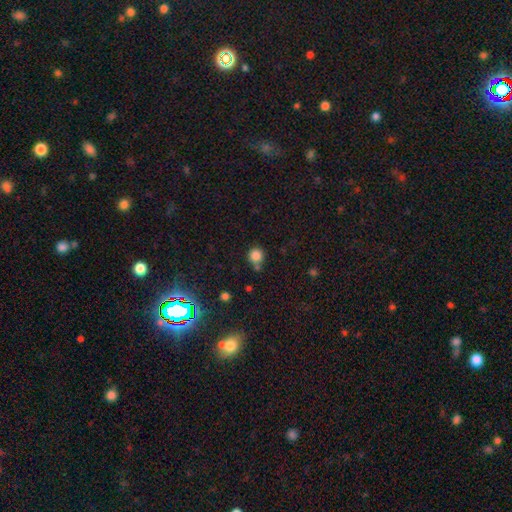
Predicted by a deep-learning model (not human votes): A smooth galaxy with no disk features (82%) that is round (91%). Merging: none (61%).